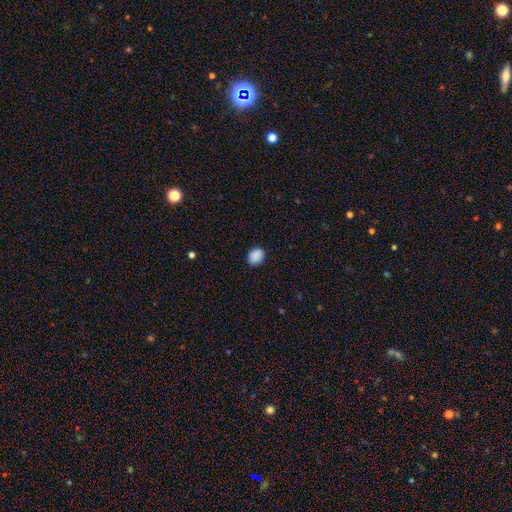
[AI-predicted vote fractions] Smooth or featured? smooth (89%)
How rounded? round (53%)
Merging? none (87%)